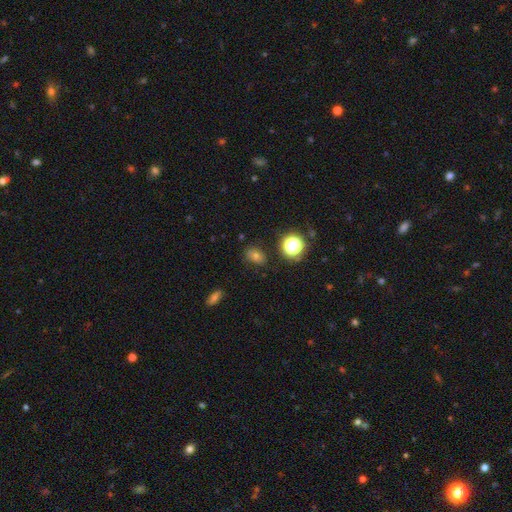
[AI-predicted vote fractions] A smooth galaxy with no disk features (58%) that is in between round and cigar-shaped (62%).

Vote fractions:
- Smooth or featured? smooth: 58% / star or artifact: 25% / featured or disk: 17%
- How rounded? in between: 62% / round: 37% / cigar-shaped: 2%
- Merging? none: 71% / minor disturbance: 20% / major disturbance: 6% / merger: 3%